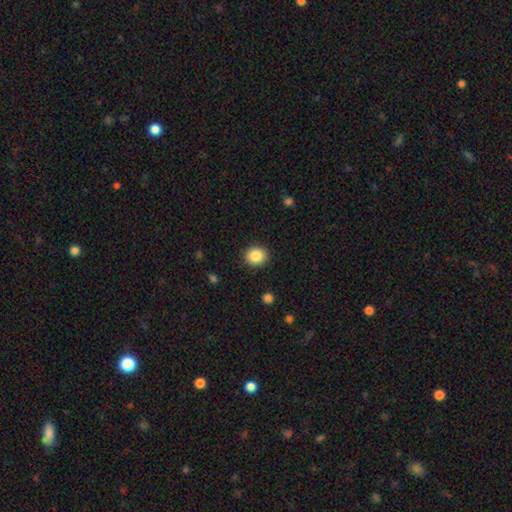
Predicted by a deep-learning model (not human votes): Smooth or featured? Predicted: smooth (p=0.86). How rounded? Predicted: round (p=0.80). Merging? Predicted: none (p=0.90).